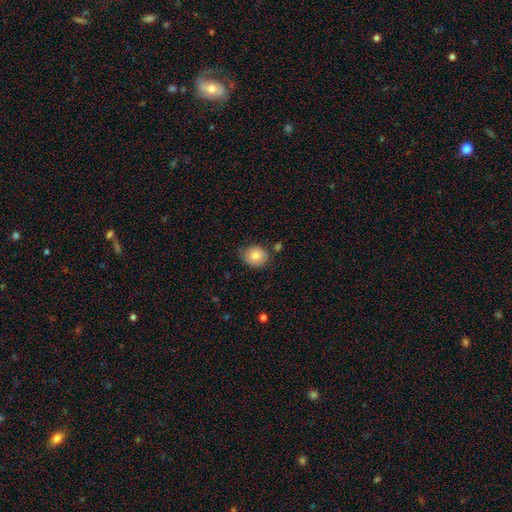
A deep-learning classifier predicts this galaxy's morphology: This appears to be a smooth galaxy with no disk features (83%) that is round (71%). Merging: none (68%).